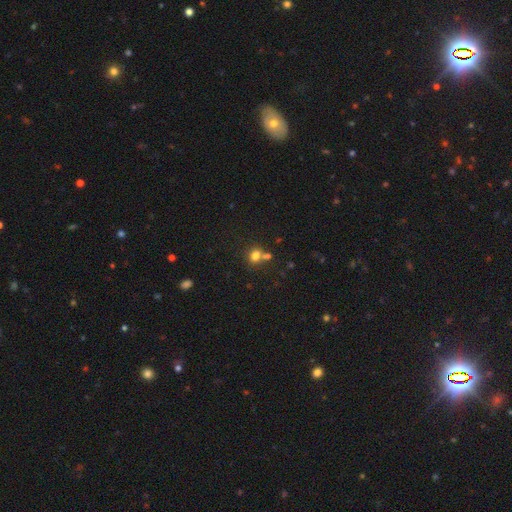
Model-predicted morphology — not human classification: Smooth or featured?
  - smooth: 76% *
  - star or artifact: 14%
  - featured or disk: 9%
How rounded?
  - round: 64% *
  - in between: 35%
  - cigar-shaped: 1%
Merging?
  - none: 52% *
  - merger: 34%
  - minor disturbance: 11%
  - major disturbance: 4%